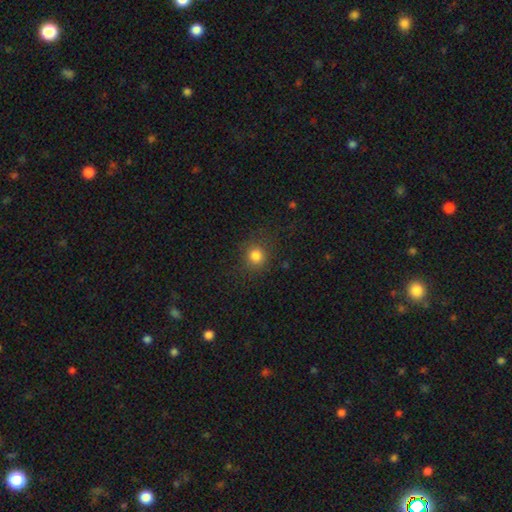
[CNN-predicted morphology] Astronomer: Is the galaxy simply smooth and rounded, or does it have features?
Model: smooth — 82%.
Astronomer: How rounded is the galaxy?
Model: round — 87%.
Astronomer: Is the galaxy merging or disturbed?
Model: none — 85%.